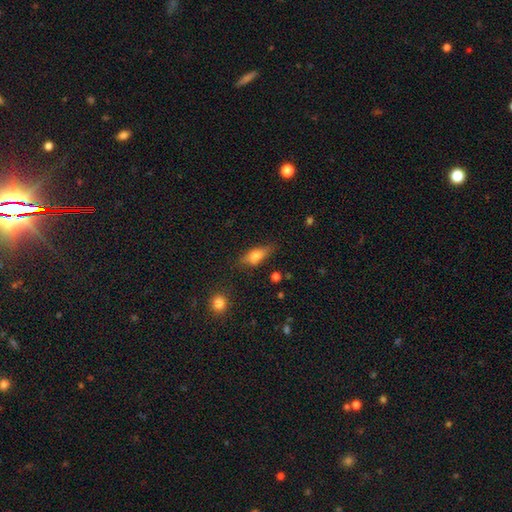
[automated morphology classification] This is likely a smooth galaxy (69%). How rounded: likely in between (72%). Merging: likely none (69%).